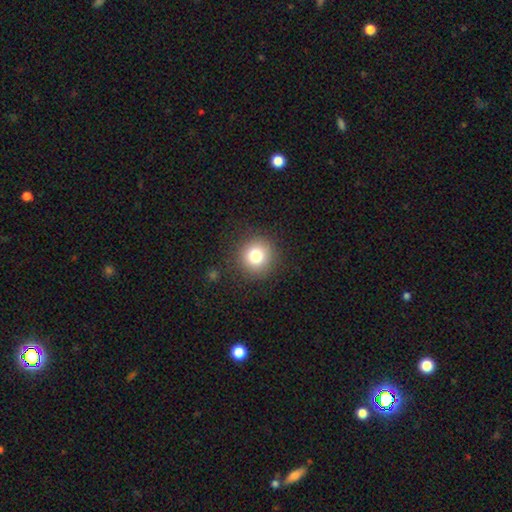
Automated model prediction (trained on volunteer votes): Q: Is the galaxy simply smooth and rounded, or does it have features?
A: smooth — 78%.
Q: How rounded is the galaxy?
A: round — 93%.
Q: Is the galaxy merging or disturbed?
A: none — 89%.